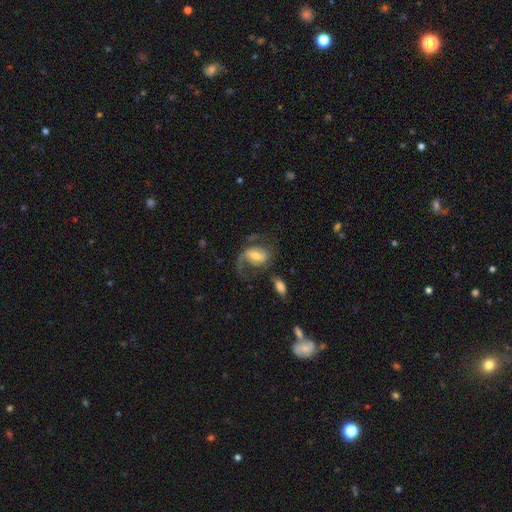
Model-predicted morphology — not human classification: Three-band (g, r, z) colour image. It shows a featured or disk galaxy (76%) with a weak bar (46%), 2 (61%) loose (46%) spiral arms (90%) and a moderate central bulge (56%). Merging: none (44%).